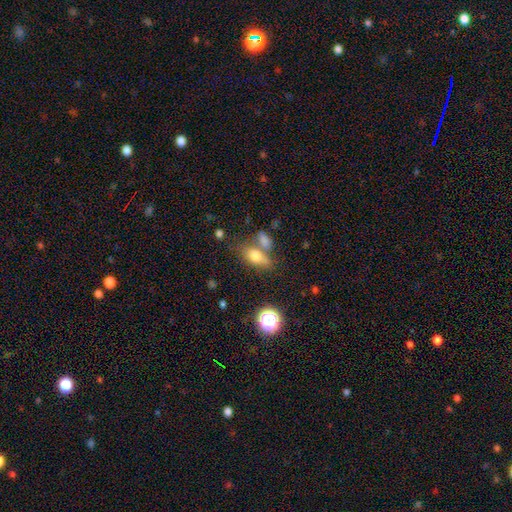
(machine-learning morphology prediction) type=smooth (72%); roundness=in between (75%); merging=none (49%).